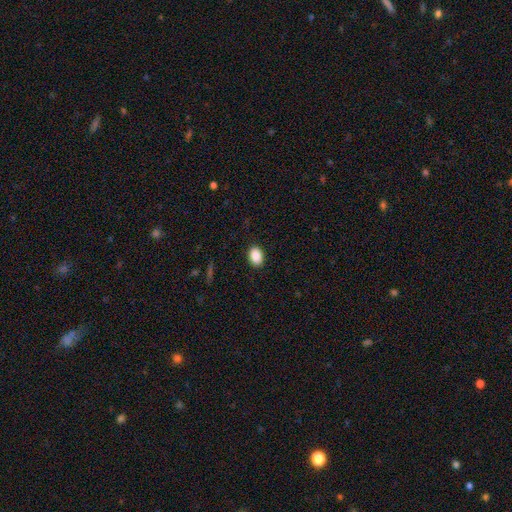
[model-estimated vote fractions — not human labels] A smooth galaxy with no disk features (88%) that is in between round and cigar-shaped (82%).

Vote fractions:
- Smooth or featured? smooth: 88% / star or artifact: 8% / featured or disk: 4%
- How rounded? in between: 82% / round: 17% / cigar-shaped: 1%
- Merging? none: 89% / minor disturbance: 8% / major disturbance: 2% / merger: 1%